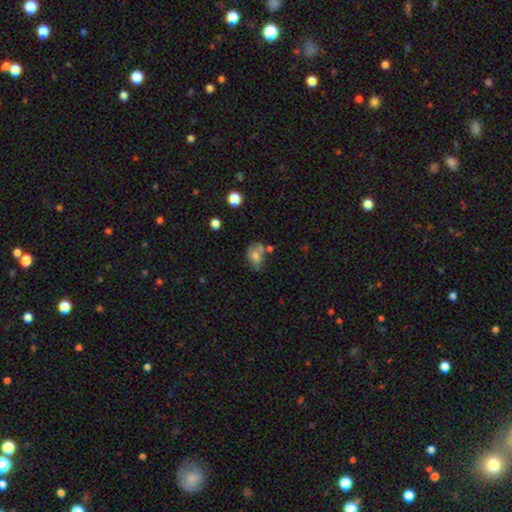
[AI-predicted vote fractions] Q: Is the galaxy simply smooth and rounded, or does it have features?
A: smooth — 68%.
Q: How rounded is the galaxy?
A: in between — 76%.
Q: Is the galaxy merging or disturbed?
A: none — 45%.